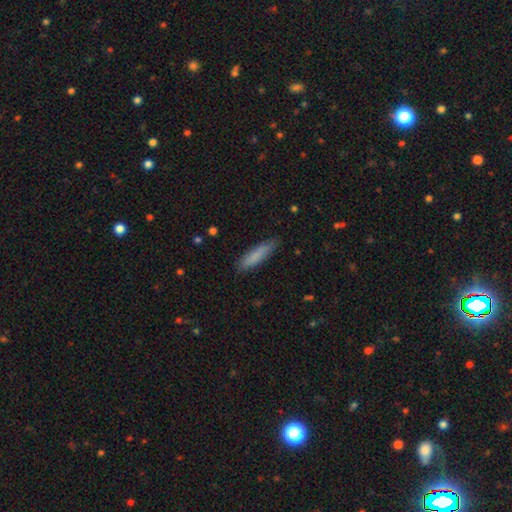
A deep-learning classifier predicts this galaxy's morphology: This is clearly a smooth galaxy (83%). How rounded: likely cigar-shaped (77%). Merging: clearly none (85%).